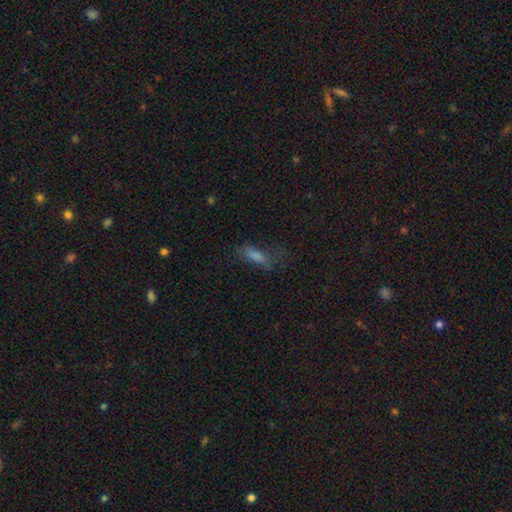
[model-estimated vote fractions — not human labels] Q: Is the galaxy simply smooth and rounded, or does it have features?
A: smooth — 67%.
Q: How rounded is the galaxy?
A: in between — 54%.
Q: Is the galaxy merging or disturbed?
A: none — 51%.